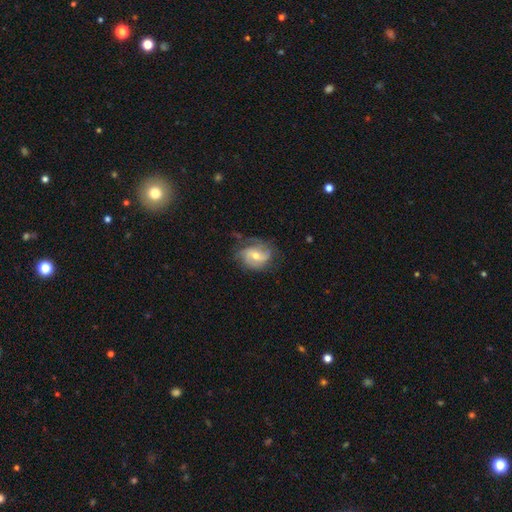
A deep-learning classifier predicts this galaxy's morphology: This is likely a featured or disk galaxy (72%). It is clearly not viewed edge-on (97%). Bar: possibly no (48%). Spiral arm pattern: clearly yes (89%). Spiral arm count: possibly 2 (50%). Spiral winding: marginally medium (43%). Central bulge: likely moderate (62%). Merging: possibly none (59%).